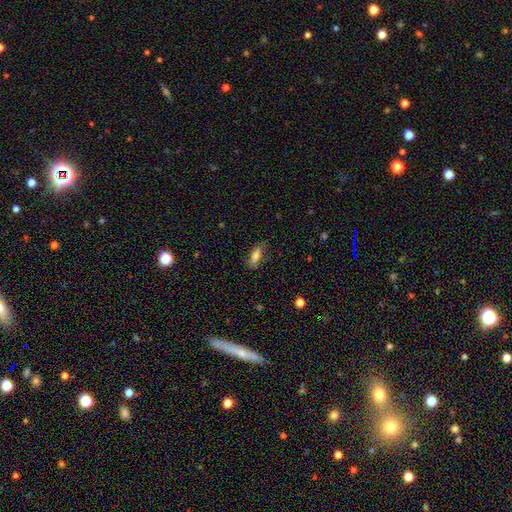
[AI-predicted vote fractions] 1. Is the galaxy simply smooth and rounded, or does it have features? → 76% smooth, 16% featured or disk, 8% star or artifact.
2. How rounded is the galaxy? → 73% in between, 24% cigar-shaped, 3% round.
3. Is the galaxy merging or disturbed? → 75% none, 18% minor disturbance, 5% major disturbance, 1% merger.